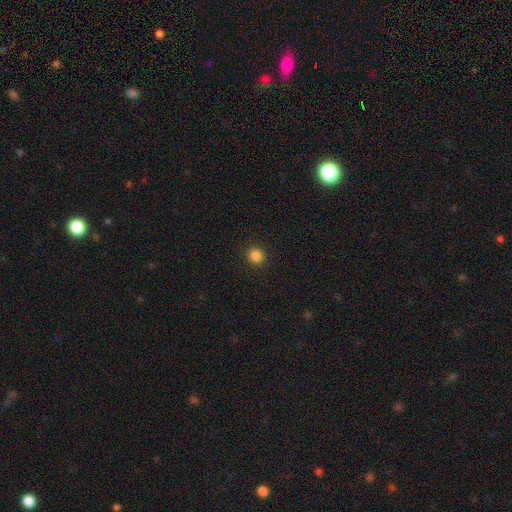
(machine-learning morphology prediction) The model was most divided on "smooth or featured": smooth: 85%, star or artifact: 12%, featured or disk: 3%. More confident: merging — none (92%); how rounded — round (90%).